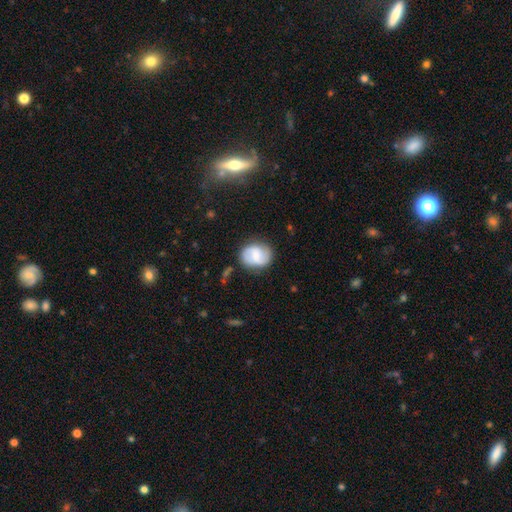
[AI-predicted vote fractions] This is possibly a featured or disk galaxy (59%). It is clearly not viewed edge-on (98%). Bar: possibly weak (50%). Spiral arm pattern: clearly yes (87%). Central bulge: possibly small (45%). Merging: likely none (78%).